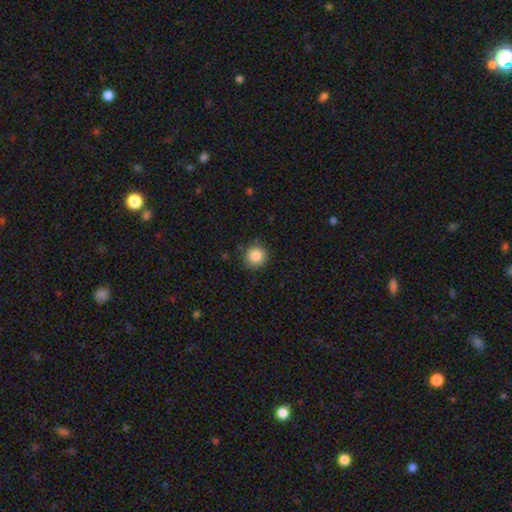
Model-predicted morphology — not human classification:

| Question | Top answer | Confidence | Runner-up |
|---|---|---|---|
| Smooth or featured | smooth | 87% | star or artifact (9%) |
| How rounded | round | 93% | in between (6%) |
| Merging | none | 86% | minor disturbance (10%) |